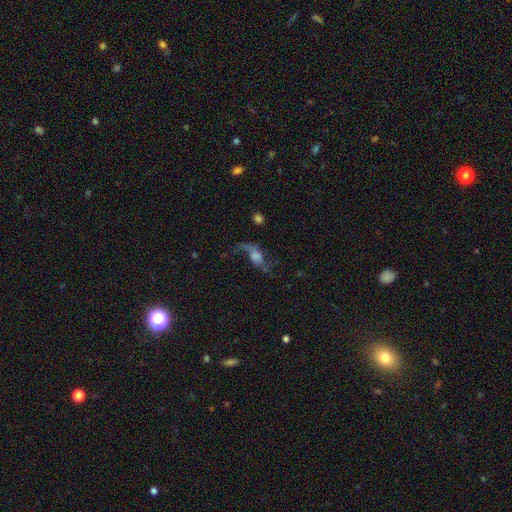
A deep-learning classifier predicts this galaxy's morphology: The model was most divided on "bulge size": moderate: 33%, large: 24%, small: 22%, none: 16%, dominant: 6%. Remaining: spiral arms — yes (87%); edge-on disk — no (84%); smooth or featured — featured or disk (67%); bar — no (61%); merging — none (50%).